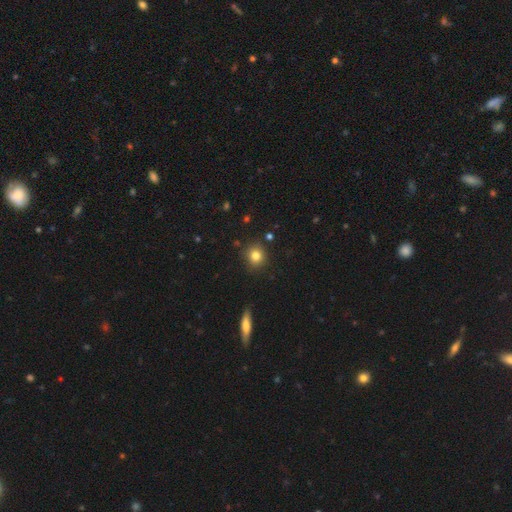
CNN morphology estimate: Smooth or featured?
  - smooth: 81% *
  - star or artifact: 11%
  - featured or disk: 7%
How rounded?
  - round: 84% *
  - in between: 15%
  - cigar-shaped: 1%
Merging?
  - none: 87% *
  - minor disturbance: 9%
  - major disturbance: 2%
  - merger: 2%